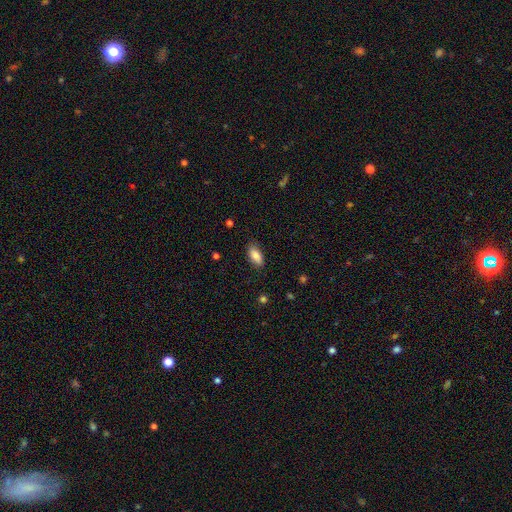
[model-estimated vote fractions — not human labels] Smooth or featured: smooth — 84% (featured or disk — 9%)
How rounded: in between — 90% (cigar-shaped — 7%)
Merging: none — 82% (minor disturbance — 14%)